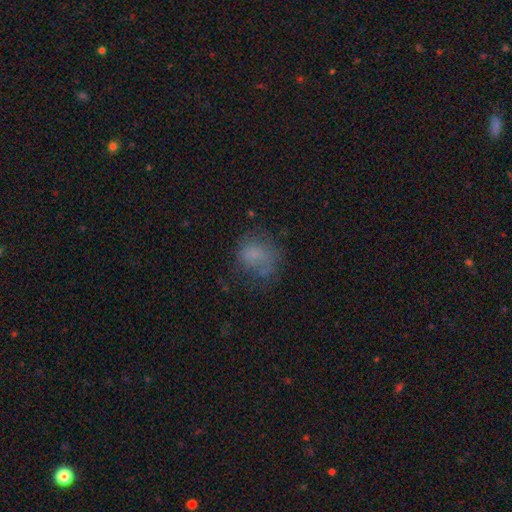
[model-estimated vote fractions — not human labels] Morphology: type=smooth (66%); roundness=round (63%); merging=none (51%).